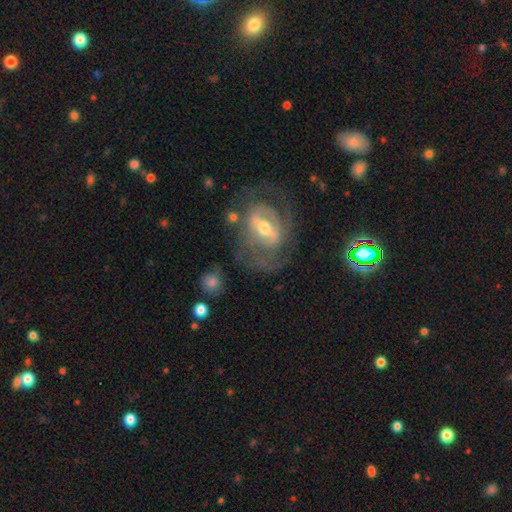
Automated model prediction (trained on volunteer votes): Morphology: type=featured or disk (74%); edge-on=no (93%); bar=weak (40%); spiral arms=yes (69%); bulge=moderate (56%); merging=none (60%).